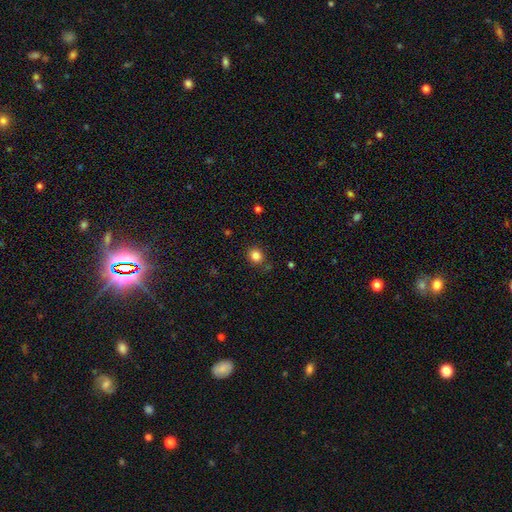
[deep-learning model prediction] The model was most divided on "how rounded": round: 81%, in between: 18%, cigar-shaped: 1%. More confident: merging — none (83%); smooth or featured — smooth (83%).